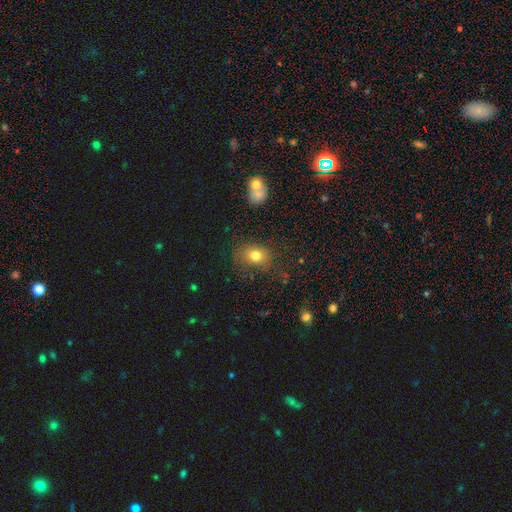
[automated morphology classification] Q: Smooth or featured?
A: smooth (77%); runner-up: star or artifact (13%)
Q: How rounded?
A: in between (54%); runner-up: round (45%)
Q: Merging?
A: none (72%); runner-up: minor disturbance (18%)